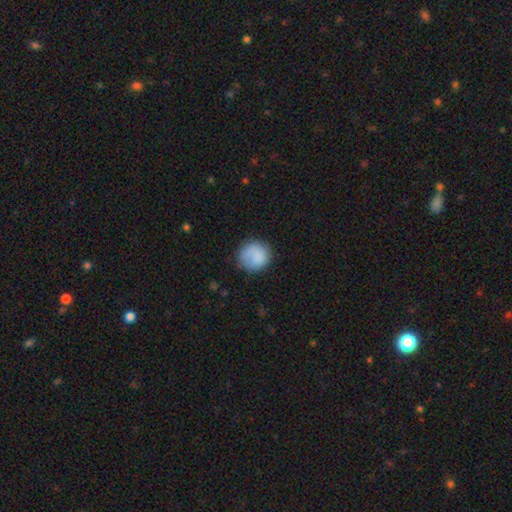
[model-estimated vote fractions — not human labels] Smooth or featured: smooth — 84% (featured or disk — 10%)
How rounded: round — 88% (in between — 12%)
Merging: none — 74% (minor disturbance — 17%)